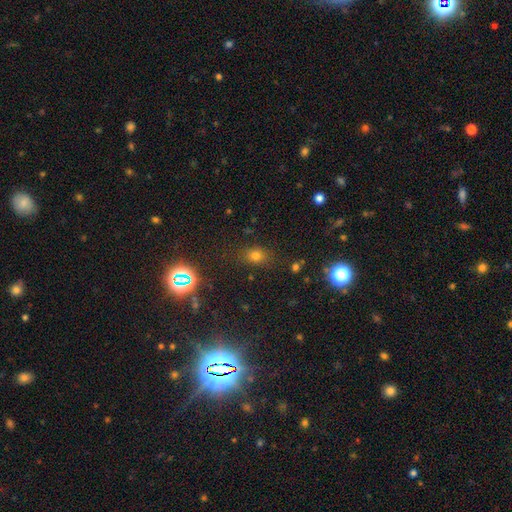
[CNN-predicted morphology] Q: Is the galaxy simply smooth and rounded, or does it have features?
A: smooth — 67%.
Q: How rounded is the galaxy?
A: in between — 53%.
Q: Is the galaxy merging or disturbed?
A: none — 81%.